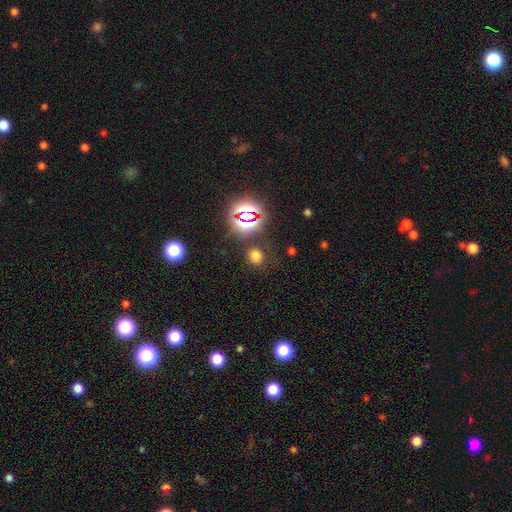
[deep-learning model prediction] A smooth galaxy with no disk features (65%) that is round (74%). Merging: none (83%).